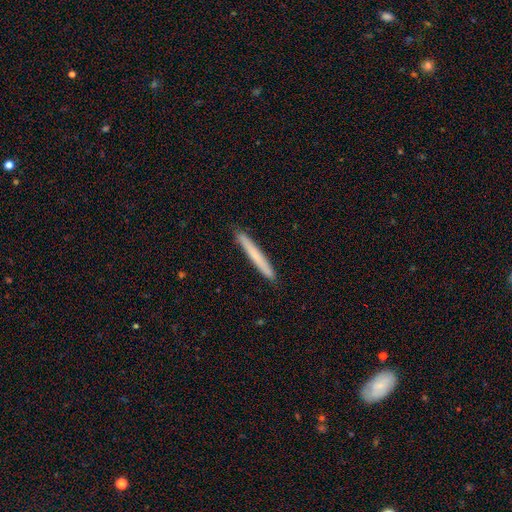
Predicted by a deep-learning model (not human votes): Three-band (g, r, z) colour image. It shows a smooth galaxy with no disk features (68%) that is cigar-shaped (97%). Merging: none (92%).